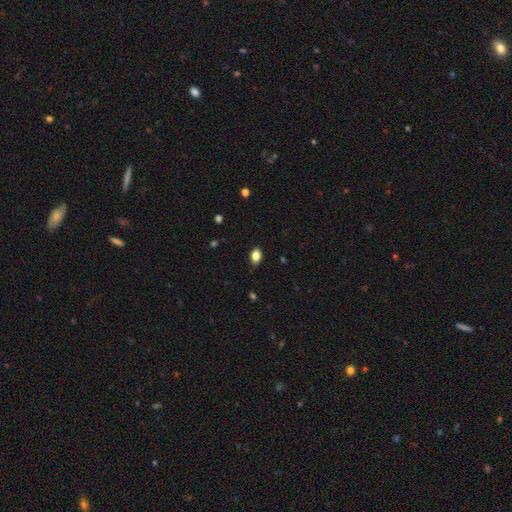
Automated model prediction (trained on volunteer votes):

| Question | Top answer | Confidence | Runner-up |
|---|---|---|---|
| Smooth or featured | smooth | 85% | star or artifact (9%) |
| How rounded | in between | 81% | round (18%) |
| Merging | none | 83% | minor disturbance (14%) |